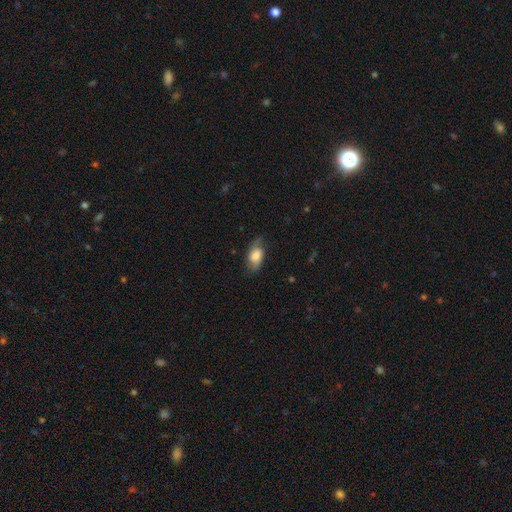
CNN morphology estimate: smooth_or_featured: smooth (p=0.55) [alt: featured or disk p=0.37]
how_rounded: in between (p=0.88) [alt: round p=0.07]
merging: none (p=0.64) [alt: minor disturbance p=0.25]